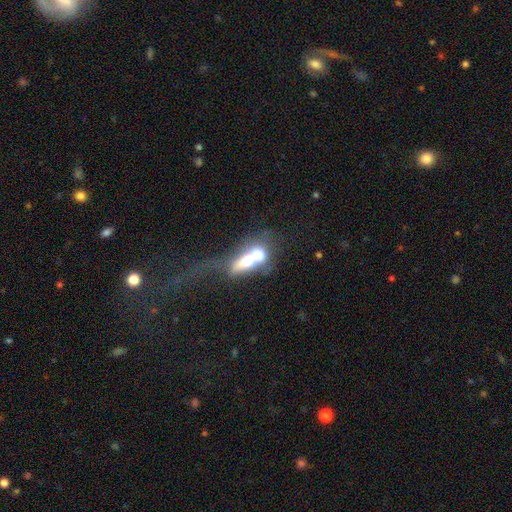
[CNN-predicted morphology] smooth_or_featured: smooth (p=0.54) [alt: featured or disk p=0.37]
how_rounded: in between (p=0.63) [alt: round p=0.21]
merging: merger (p=0.74) [alt: none p=0.11]